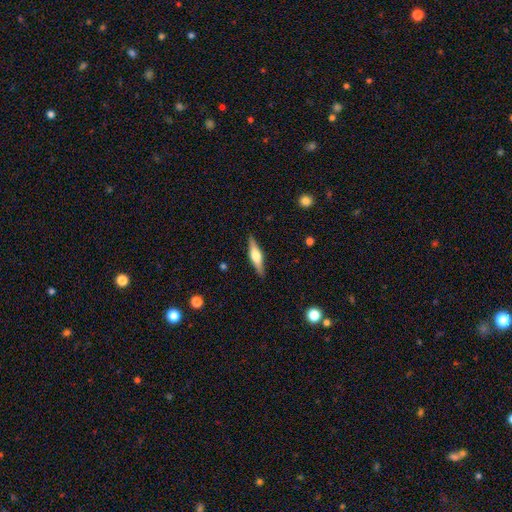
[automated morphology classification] Smooth or featured?
  - featured or disk: 59% *
  - smooth: 35%
  - star or artifact: 6%
Edge-on disk?
  - yes: 96% *
  - no: 4%
Edge-on bulge?
  - rounded: 88% *
  - boxy: 9%
  - none: 3%
Merging?
  - none: 89% *
  - minor disturbance: 8%
  - major disturbance: 2%
  - merger: 1%